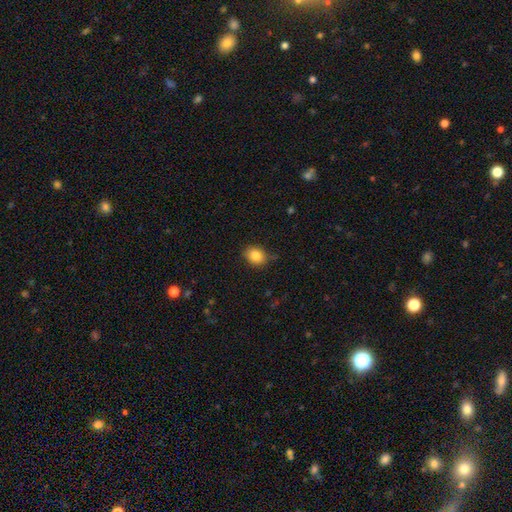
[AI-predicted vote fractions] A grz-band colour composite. It shows a smooth galaxy with no disk features (85%) that is round (53%). Merging: none (78%).